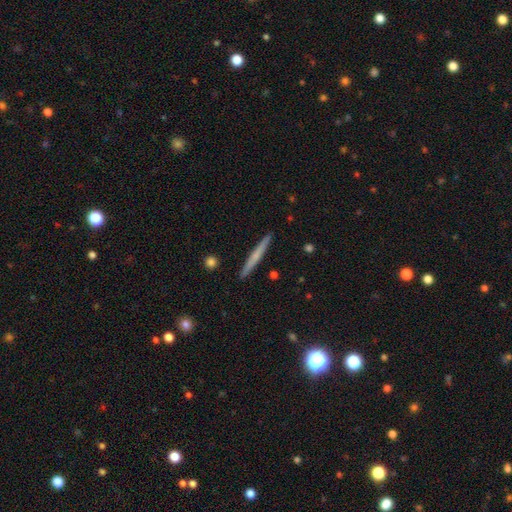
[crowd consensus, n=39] A smooth galaxy with no disk features (51%) that is cigar-shaped (100%). Merging: none (92%).